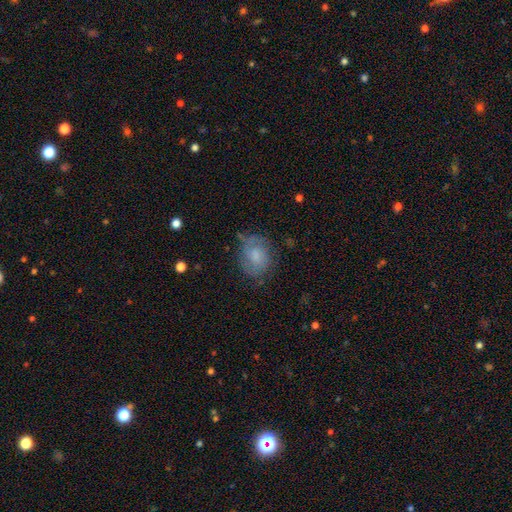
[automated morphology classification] smooth_or_featured: smooth (p=0.60) [alt: featured or disk p=0.31]
how_rounded: in between (p=0.53) [alt: round p=0.46]
merging: none (p=0.59) [alt: minor disturbance p=0.27]